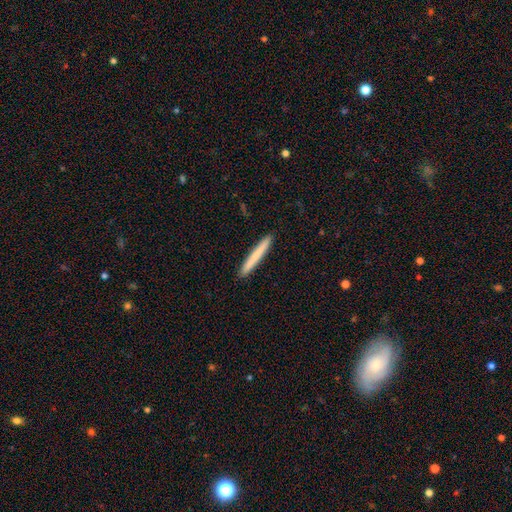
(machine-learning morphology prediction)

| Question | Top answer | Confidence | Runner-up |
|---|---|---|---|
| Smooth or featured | smooth | 74% | featured or disk (20%) |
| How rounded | cigar-shaped | 97% | in between (2%) |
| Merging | none | 93% | minor disturbance (5%) |